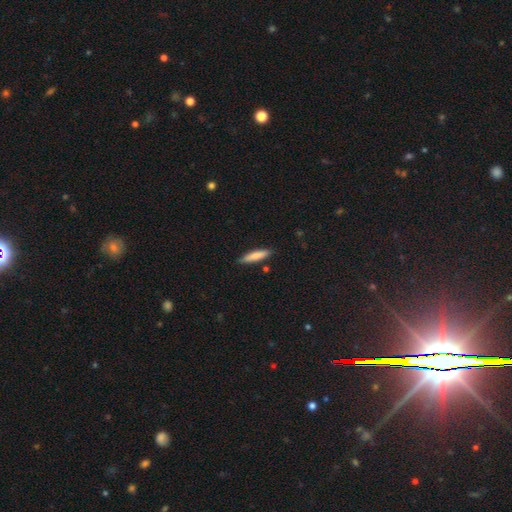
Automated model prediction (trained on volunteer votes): Smooth or featured? Predicted: smooth (p=0.78). How rounded? Predicted: cigar-shaped (p=0.82). Merging? Predicted: none (p=0.86).